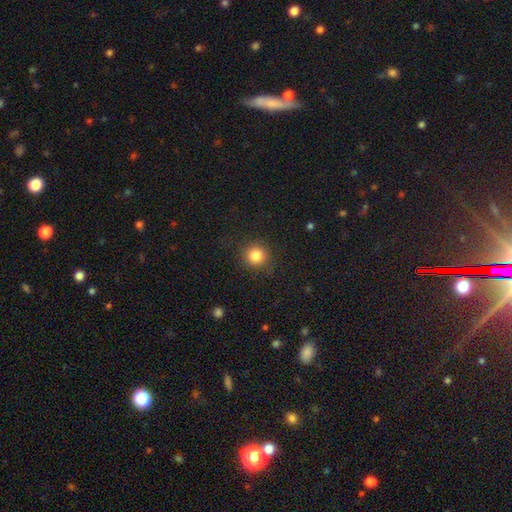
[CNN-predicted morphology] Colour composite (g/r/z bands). It shows a smooth galaxy with no disk features (83%) that is round (93%). Merging: none (88%).